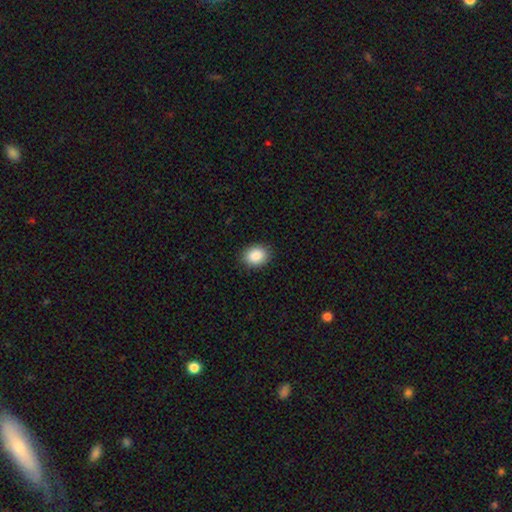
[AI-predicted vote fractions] Morphology: type=smooth (88%); roundness=in between (58%); merging=none (89%).